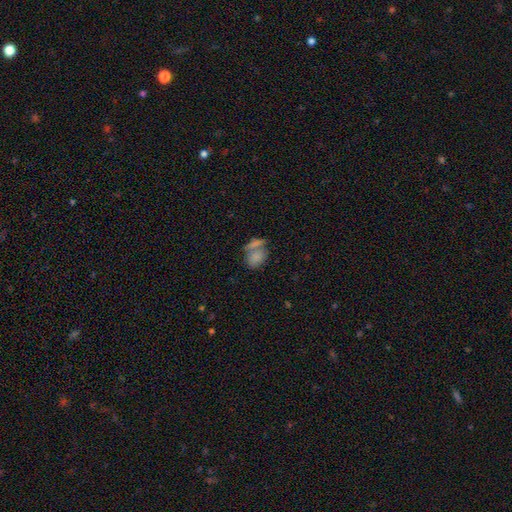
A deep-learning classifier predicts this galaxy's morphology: This is likely a smooth galaxy (77%). How rounded: likely in between (69%). Merging: possibly merger (47%).